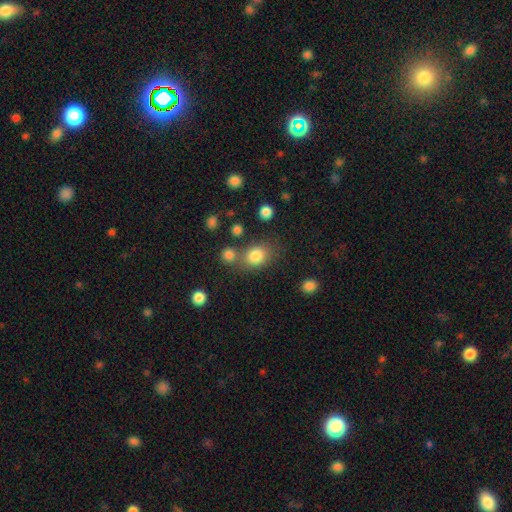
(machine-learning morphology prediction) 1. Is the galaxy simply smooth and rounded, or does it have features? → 81% smooth, 11% star or artifact, 7% featured or disk.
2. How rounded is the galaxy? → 55% round, 43% in between, 1% cigar-shaped.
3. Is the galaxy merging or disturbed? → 63% none, 19% merger, 13% minor disturbance, 6% major disturbance.